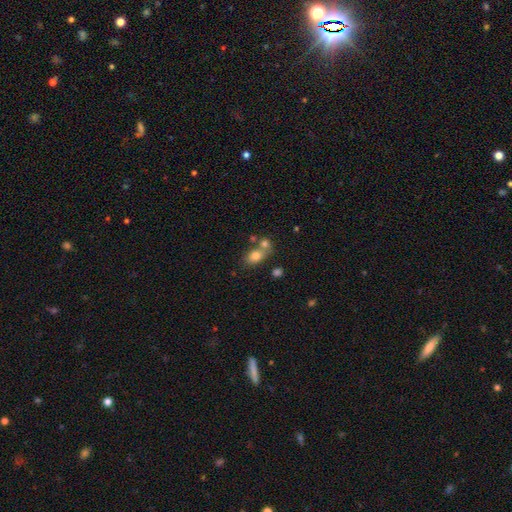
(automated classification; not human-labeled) Morphology: type=smooth (77%); roundness=in between (70%); merging=merger (44%).